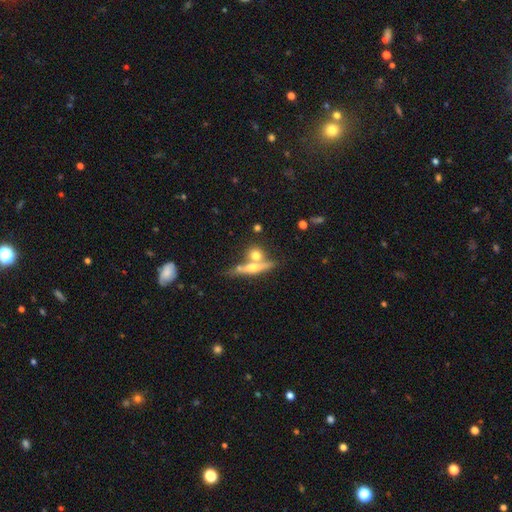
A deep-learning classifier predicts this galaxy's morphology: Overall: smooth (49%; featured or disk 43%). Merging: none (48%; merger 37%).